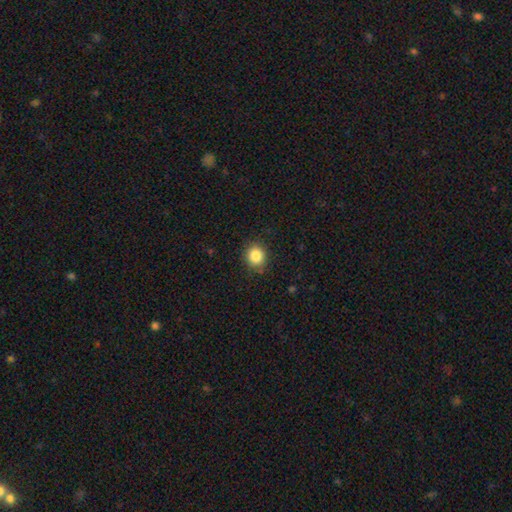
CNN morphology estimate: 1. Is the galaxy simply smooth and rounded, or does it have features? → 85% smooth, 10% star or artifact, 5% featured or disk.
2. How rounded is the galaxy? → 85% round, 14% in between, 1% cigar-shaped.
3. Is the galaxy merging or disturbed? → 88% none, 8% minor disturbance, 2% major disturbance, 1% merger.